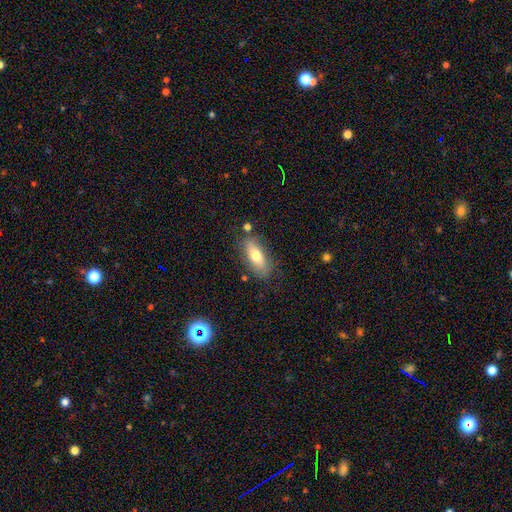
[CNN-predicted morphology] smooth 70%, featured or disk 23%, star or artifact 7%. Down the decision tree: how rounded — in between (79%); merging — none (73%).